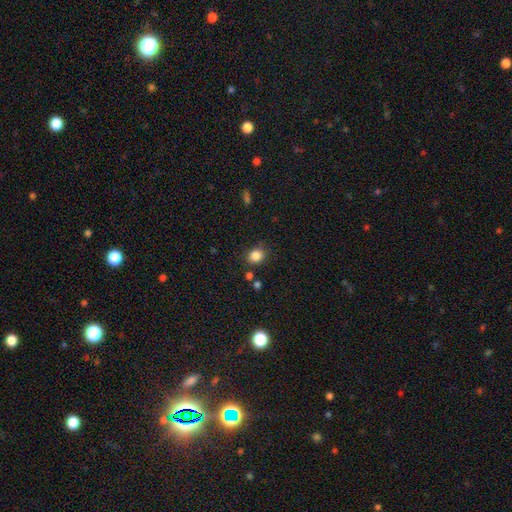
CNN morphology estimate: Smooth or featured? Predicted: smooth (p=0.85). How rounded? Predicted: round (p=0.62). Merging? Predicted: none (p=0.81).